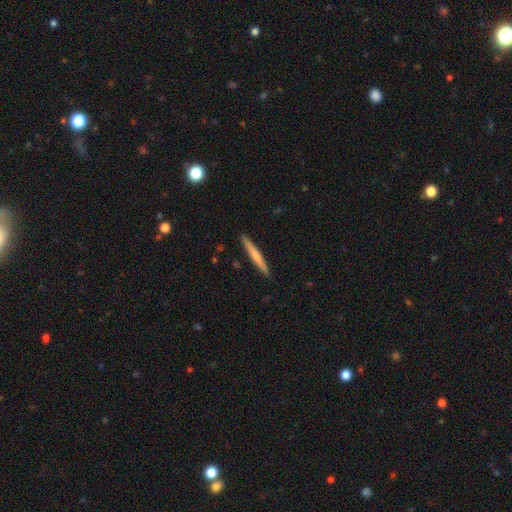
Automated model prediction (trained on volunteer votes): smooth 52%, featured or disk 42%, star or artifact 5%. Down the decision tree: how rounded — cigar-shaped (96%); merging — none (92%).